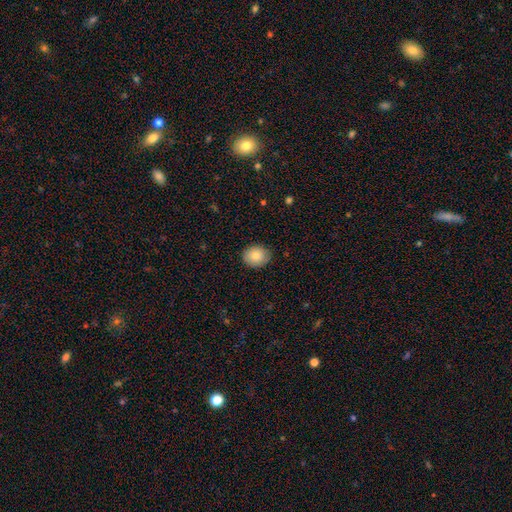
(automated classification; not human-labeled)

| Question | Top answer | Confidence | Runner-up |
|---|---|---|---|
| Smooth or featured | smooth | 84% | featured or disk (9%) |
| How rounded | round | 55% | in between (44%) |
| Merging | none | 87% | minor disturbance (10%) |